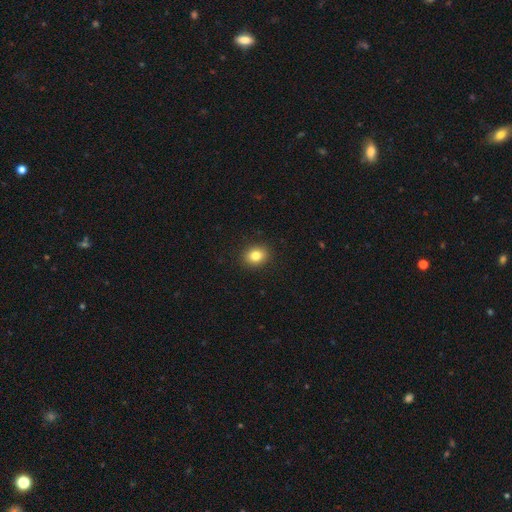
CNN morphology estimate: Smooth or featured: smooth — 82% (star or artifact — 11%)
How rounded: round — 59% (in between — 40%)
Merging: none — 91% (minor disturbance — 6%)